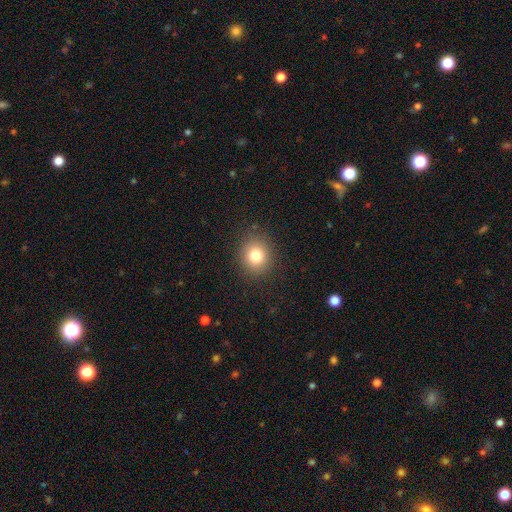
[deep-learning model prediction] A smooth galaxy with no disk features (80%) that is round (79%). Merging: none (89%).